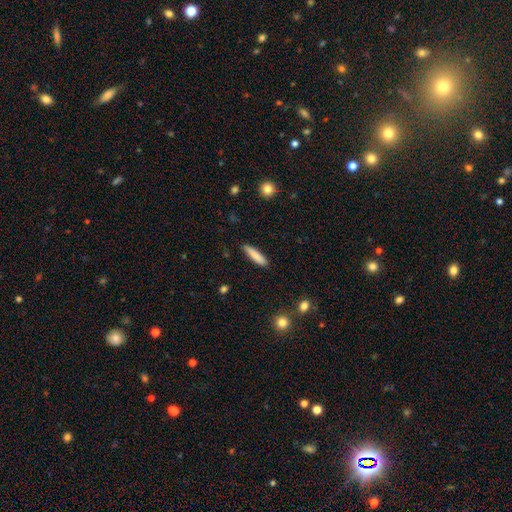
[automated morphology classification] smooth-or-featured: smooth: 83% | featured or disk: 11% | star or artifact: 6%
  how-rounded: cigar-shaped: 80% | in between: 18% | round: 1%
  merging: none: 87% | minor disturbance: 10% | major disturbance: 2% | merger: 1%